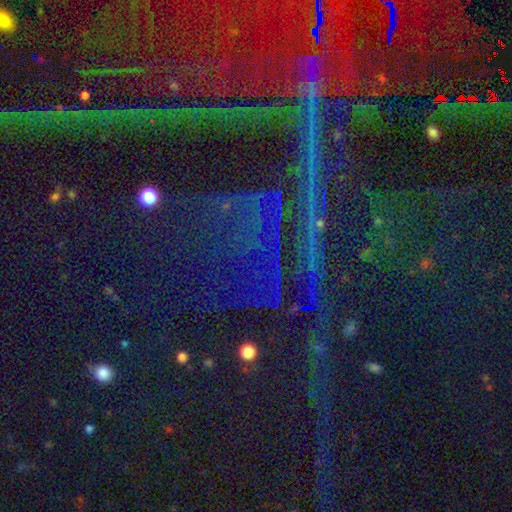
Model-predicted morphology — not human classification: Smooth or featured?
  - star or artifact: 85% *
  - smooth: 8%
  - featured or disk: 7%